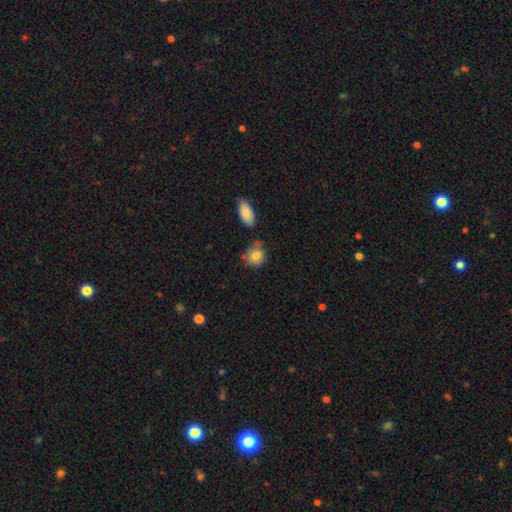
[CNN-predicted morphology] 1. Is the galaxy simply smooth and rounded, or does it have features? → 82% smooth, 10% featured or disk, 8% star or artifact.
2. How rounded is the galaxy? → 72% round, 26% in between, 2% cigar-shaped.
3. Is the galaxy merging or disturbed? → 58% none, 23% minor disturbance, 13% merger, 6% major disturbance.